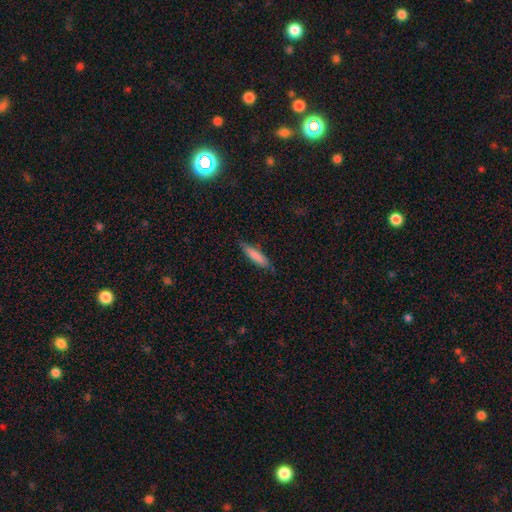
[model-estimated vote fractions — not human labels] Smooth or featured? smooth (80%)
How rounded? cigar-shaped (81%)
Merging? none (79%)